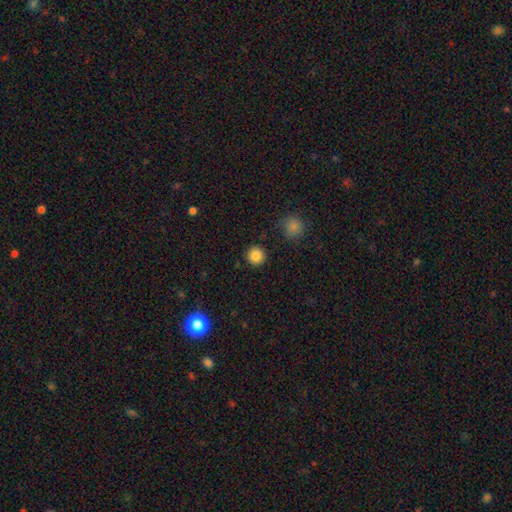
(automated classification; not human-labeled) Morphology: type=smooth (86%); roundness=round (95%); merging=none (91%).